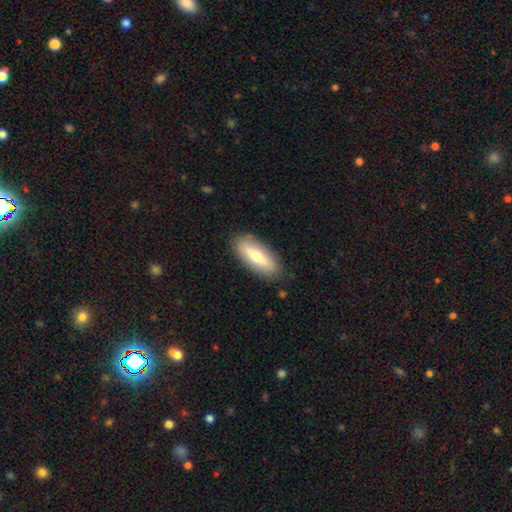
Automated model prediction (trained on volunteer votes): This appears to be a smooth galaxy with no disk features (66%) that is in between round and cigar-shaped (69%). Merging: none (86%).